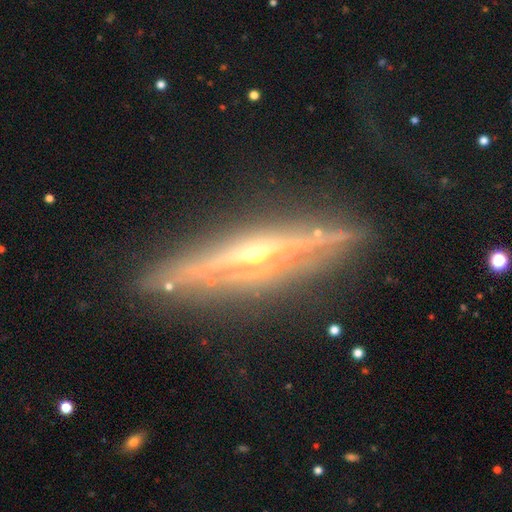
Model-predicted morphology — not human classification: Smooth or featured?
  - featured or disk: 86% *
  - smooth: 8%
  - star or artifact: 6%
Edge-on disk?
  - yes: 93% *
  - no: 7%
Edge-on bulge?
  - rounded: 72% *
  - none: 21%
  - boxy: 7%
Merging?
  - none: 80% *
  - minor disturbance: 13%
  - major disturbance: 4%
  - merger: 2%